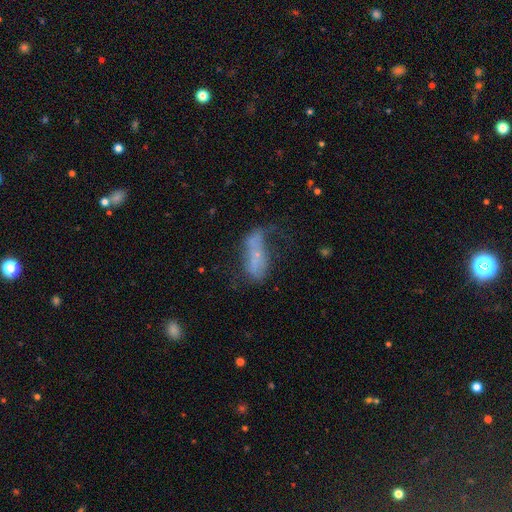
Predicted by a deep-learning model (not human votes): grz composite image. It shows a featured or disk galaxy (46%). Merging: major disturbance (33%).